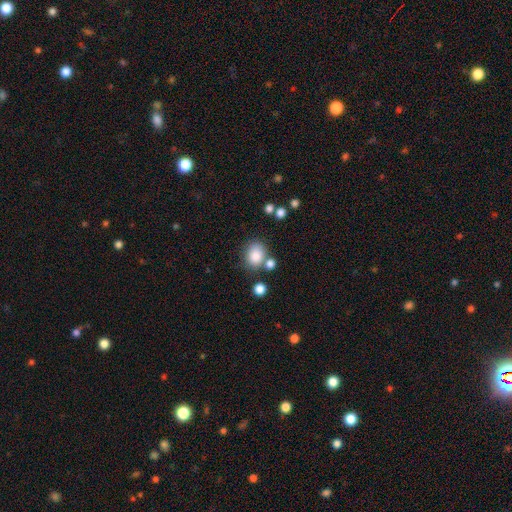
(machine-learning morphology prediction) smooth_or_featured: smooth (p=0.84) [alt: star or artifact p=0.10]
how_rounded: round (p=0.53) [alt: in between p=0.46]
merging: none (p=0.63) [alt: merger p=0.17]